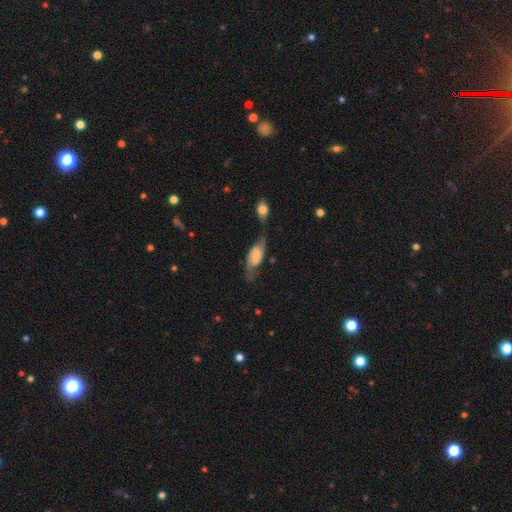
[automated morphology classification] smooth-or-featured: featured or disk: 52% | smooth: 41% | star or artifact: 8%
  disk-edge-on: no: 86% | yes: 14%
  merging: merger: 33% | none: 31% | minor disturbance: 19% | major disturbance: 17%